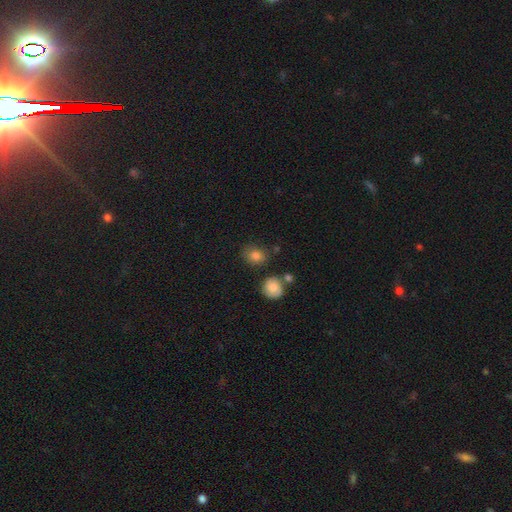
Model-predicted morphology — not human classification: smooth 82%, star or artifact 11%, featured or disk 7%. Down the decision tree: how rounded — round (60%); merging — none (73%).